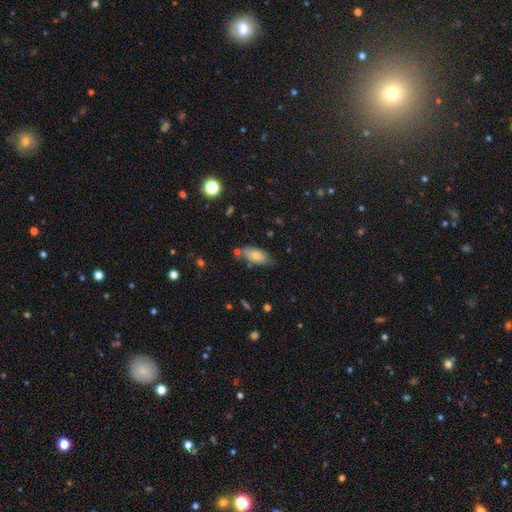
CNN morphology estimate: Q: Smooth or featured?
A: smooth (74%); runner-up: featured or disk (18%)
Q: How rounded?
A: in between (88%); runner-up: cigar-shaped (9%)
Q: Merging?
A: none (67%); runner-up: minor disturbance (21%)